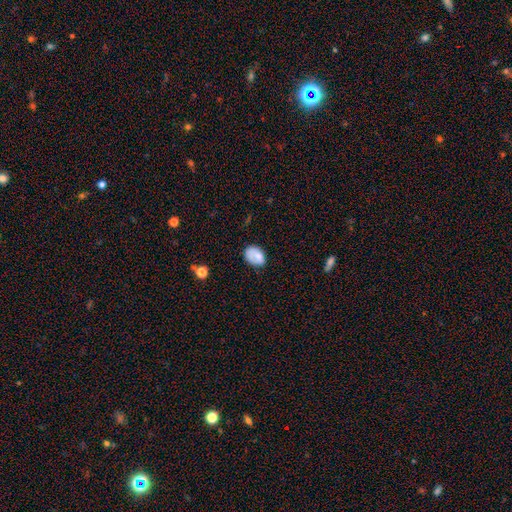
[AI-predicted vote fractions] Q: Smooth or featured?
A: smooth (76%); runner-up: featured or disk (16%)
Q: How rounded?
A: in between (76%); runner-up: round (23%)
Q: Merging?
A: none (62%); runner-up: minor disturbance (27%)